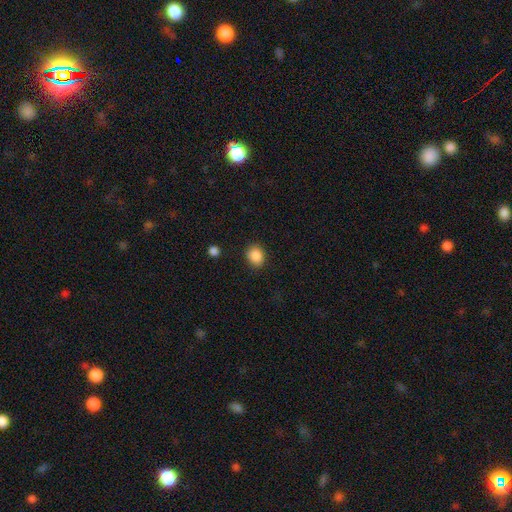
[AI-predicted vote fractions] This is clearly a smooth galaxy (88%). How rounded: likely round (60%). Merging: clearly none (85%).